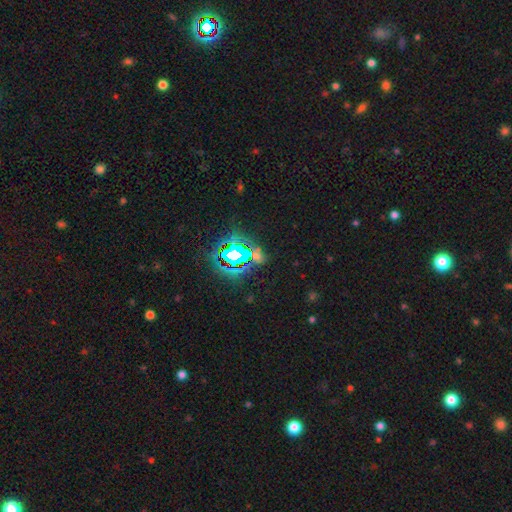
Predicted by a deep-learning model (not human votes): The model was most divided on "smooth or featured": star or artifact: 72%, smooth: 17%, featured or disk: 10%.